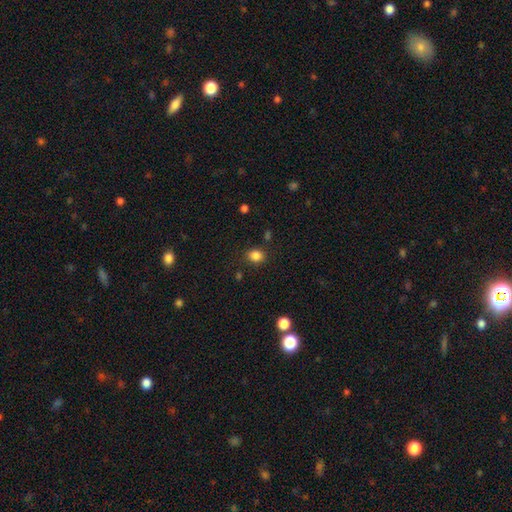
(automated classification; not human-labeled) Overall: smooth (84%). How rounded: round (58%; in between 41%). Merging: none (83%).